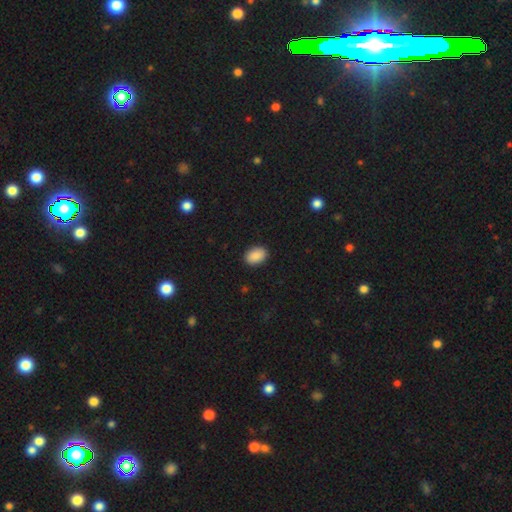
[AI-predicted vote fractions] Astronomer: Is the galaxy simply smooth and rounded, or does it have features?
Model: smooth — 90%.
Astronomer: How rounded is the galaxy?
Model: in between — 85%.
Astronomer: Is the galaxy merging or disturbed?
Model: none — 90%.